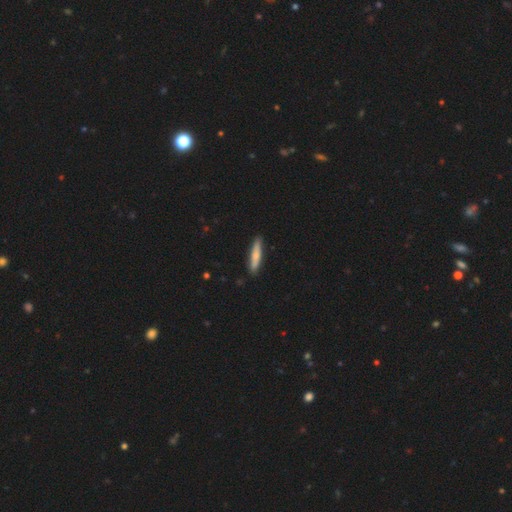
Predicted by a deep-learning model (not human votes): Morphology: type=smooth (68%); roundness=cigar-shaped (89%); merging=none (89%).